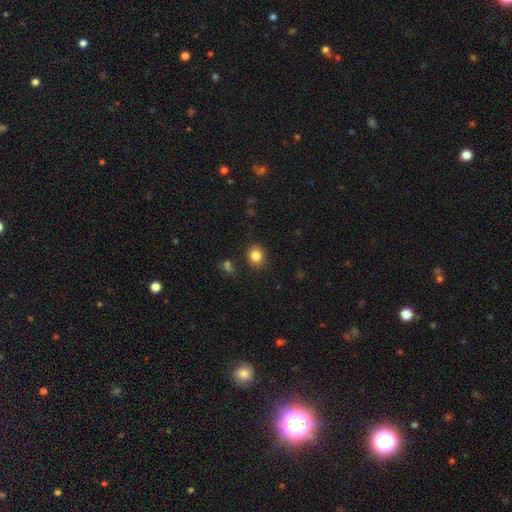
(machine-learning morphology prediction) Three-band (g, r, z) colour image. It shows a smooth galaxy with no disk features (84%) that is round (62%). Merging: none (87%).